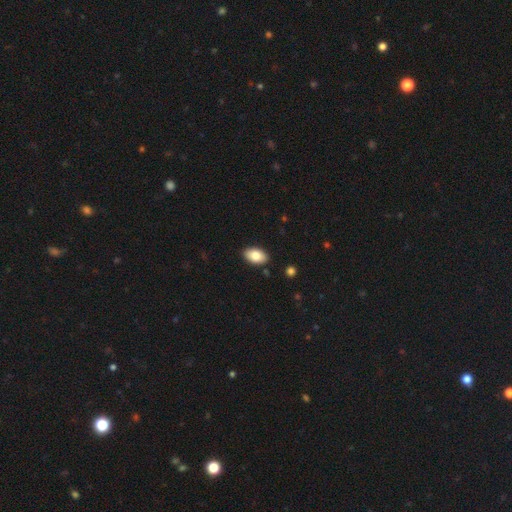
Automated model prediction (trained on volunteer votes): Q: Smooth or featured?
A: smooth (82%); runner-up: featured or disk (11%)
Q: How rounded?
A: in between (93%); runner-up: round (6%)
Q: Merging?
A: none (89%); runner-up: minor disturbance (8%)